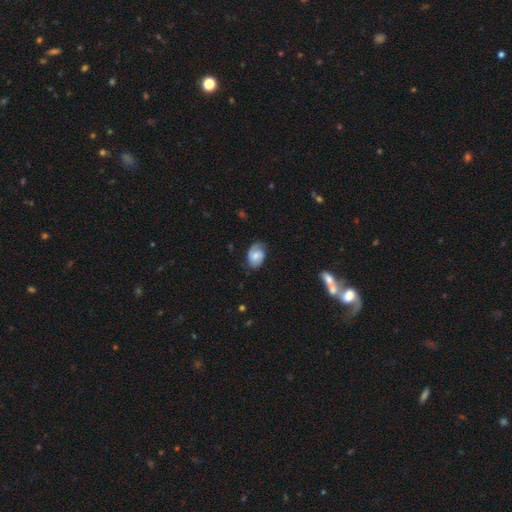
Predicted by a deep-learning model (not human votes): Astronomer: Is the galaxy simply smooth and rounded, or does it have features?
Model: featured or disk — 55% (runner-up: smooth, 37%).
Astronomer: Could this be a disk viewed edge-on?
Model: no — 97%.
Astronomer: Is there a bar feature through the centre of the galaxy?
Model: weak — 45%, tied with no at 45%.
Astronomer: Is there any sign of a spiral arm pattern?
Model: yes — 89%.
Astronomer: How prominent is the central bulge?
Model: moderate — 45% (runner-up: small, 39%).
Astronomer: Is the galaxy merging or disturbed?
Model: none — 72%.